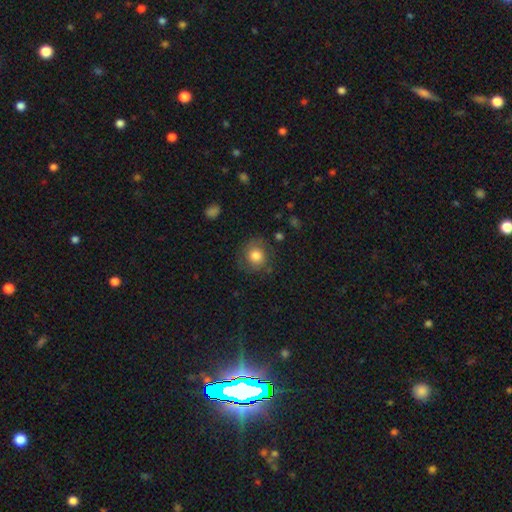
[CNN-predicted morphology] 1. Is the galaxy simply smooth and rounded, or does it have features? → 76% smooth, 14% featured or disk, 10% star or artifact.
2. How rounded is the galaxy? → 88% round, 11% in between, 1% cigar-shaped.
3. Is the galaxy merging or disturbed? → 78% none, 14% minor disturbance, 6% major disturbance, 2% merger.